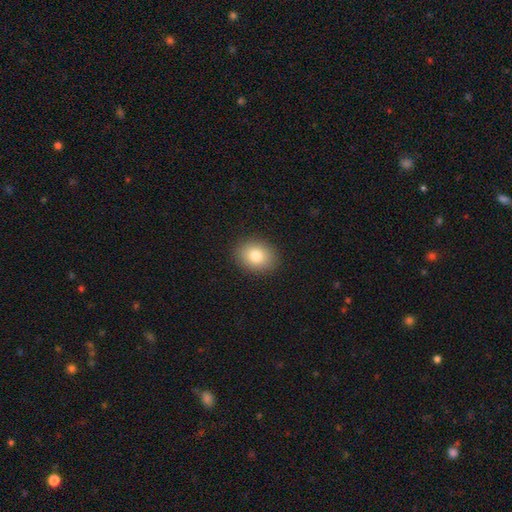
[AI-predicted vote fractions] This is clearly a smooth galaxy (82%). How rounded: possibly in between (51%). Merging: clearly none (90%).